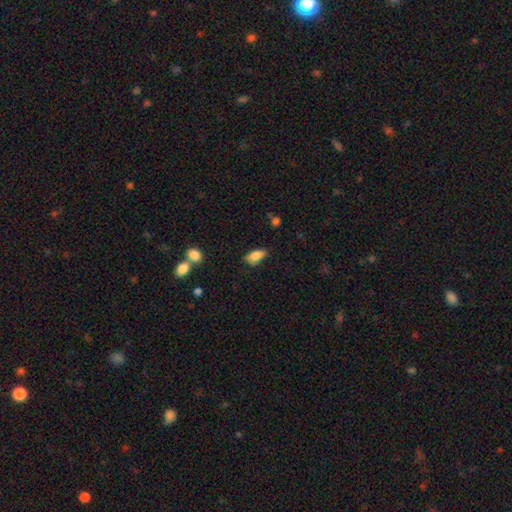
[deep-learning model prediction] This is clearly a smooth galaxy (81%). How rounded: clearly in between (86%). Merging: likely none (66%).